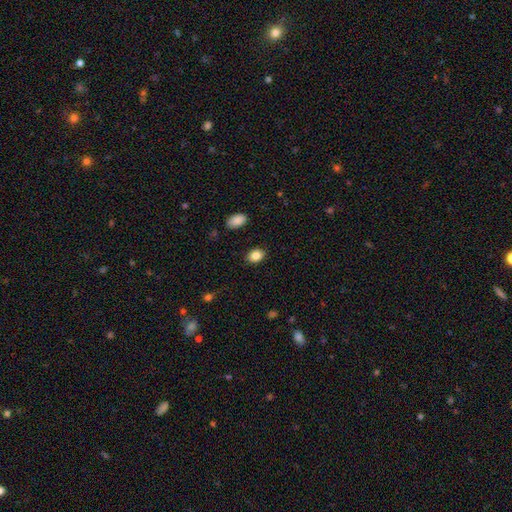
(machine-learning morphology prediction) Q: Smooth or featured?
A: smooth (85%); runner-up: star or artifact (8%)
Q: How rounded?
A: in between (76%); runner-up: round (23%)
Q: Merging?
A: none (88%); runner-up: minor disturbance (8%)